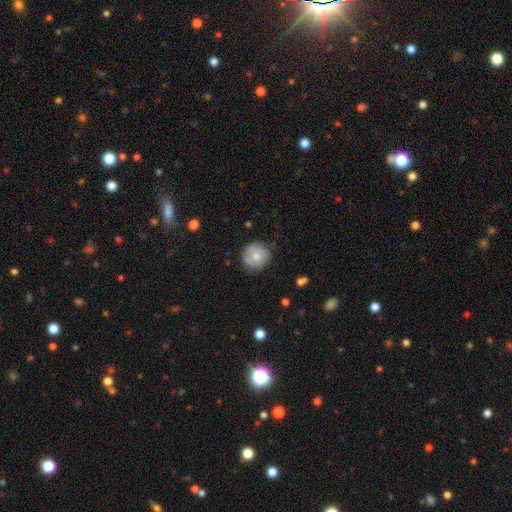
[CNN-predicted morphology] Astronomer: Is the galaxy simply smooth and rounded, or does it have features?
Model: smooth — 67%.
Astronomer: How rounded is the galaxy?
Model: round — 91%.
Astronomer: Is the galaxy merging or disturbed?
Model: none — 70%.